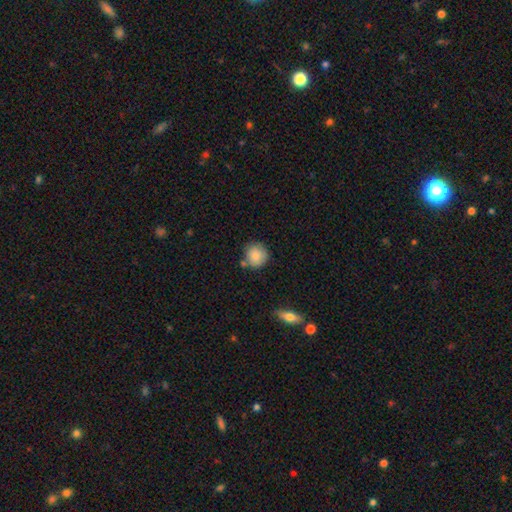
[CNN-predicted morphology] This appears to be a smooth galaxy with no disk features (85%) that is round (90%). Merging: none (71%).